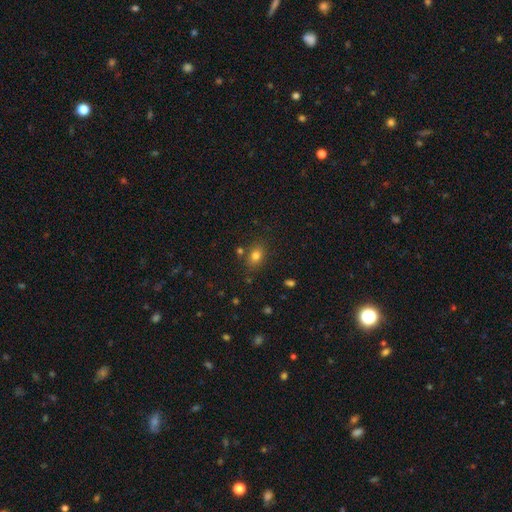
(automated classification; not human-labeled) Smooth or featured? Predicted: smooth (p=0.79). How rounded? Predicted: in between (p=0.69). Merging? Predicted: none (p=0.77).